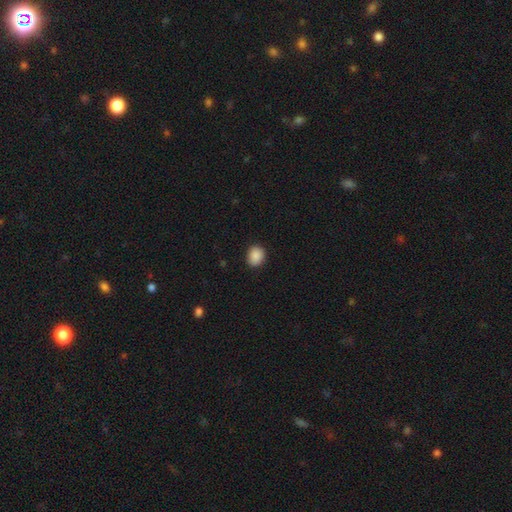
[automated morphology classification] Smooth or featured: smooth — 89% (star or artifact — 8%)
How rounded: round — 59% (in between — 40%)
Merging: none — 87% (minor disturbance — 10%)